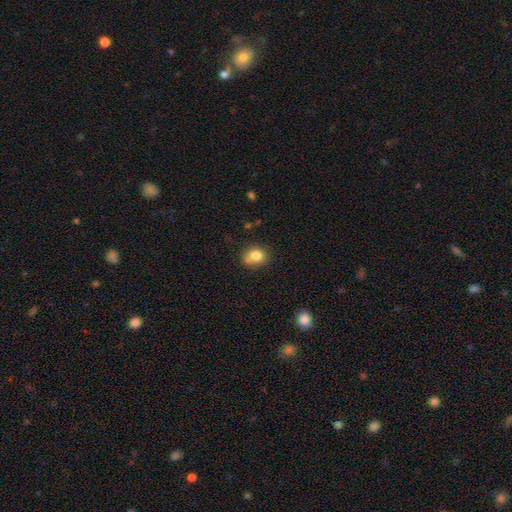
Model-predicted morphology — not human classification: Smooth or featured: smooth — 81% (star or artifact — 10%)
How rounded: round — 65% (in between — 34%)
Merging: none — 71% (minor disturbance — 20%)